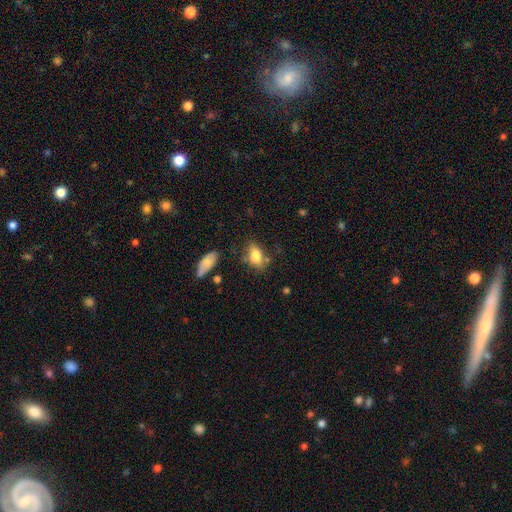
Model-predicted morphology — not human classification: Smooth or featured? smooth (79%)
How rounded? in between (86%)
Merging? none (64%)